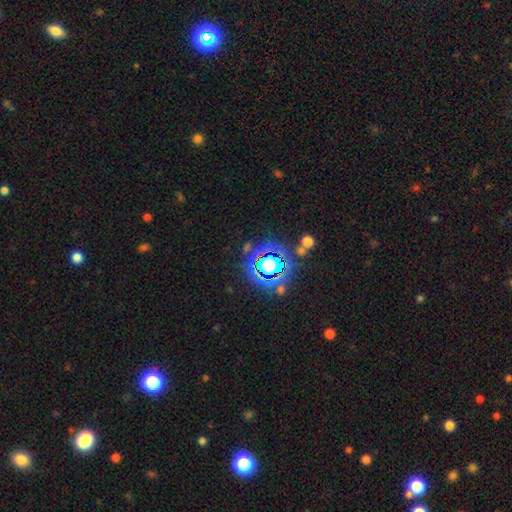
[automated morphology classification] The model was most divided on "smooth or featured": star or artifact: 80%, smooth: 12%, featured or disk: 8%.